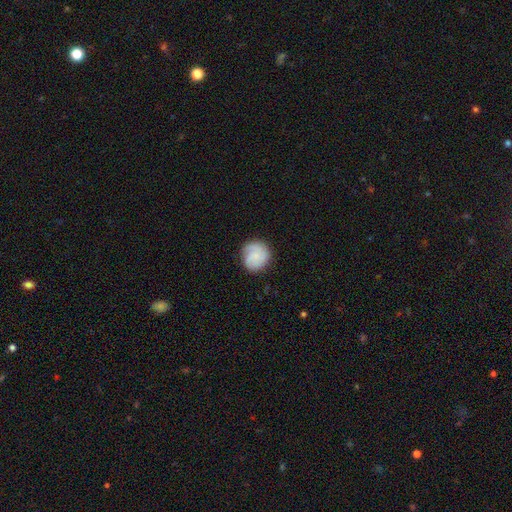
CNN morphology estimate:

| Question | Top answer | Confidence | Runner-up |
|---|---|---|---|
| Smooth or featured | smooth | 48% | featured or disk (45%) |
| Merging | none | 74% | minor disturbance (18%) |